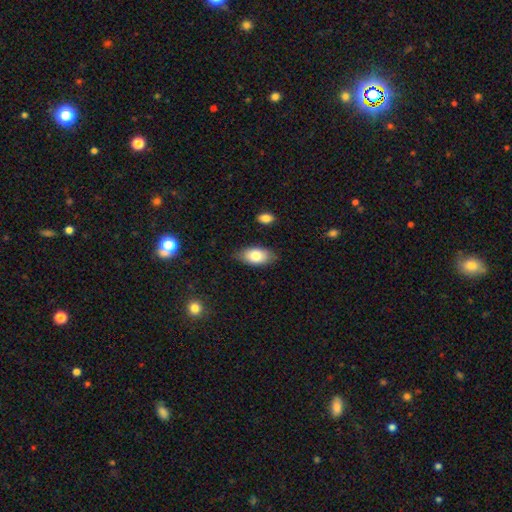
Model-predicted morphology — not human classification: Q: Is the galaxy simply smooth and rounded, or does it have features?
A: smooth — 80%.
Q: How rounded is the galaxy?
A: in between — 92%.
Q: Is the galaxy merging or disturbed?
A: none — 81%.